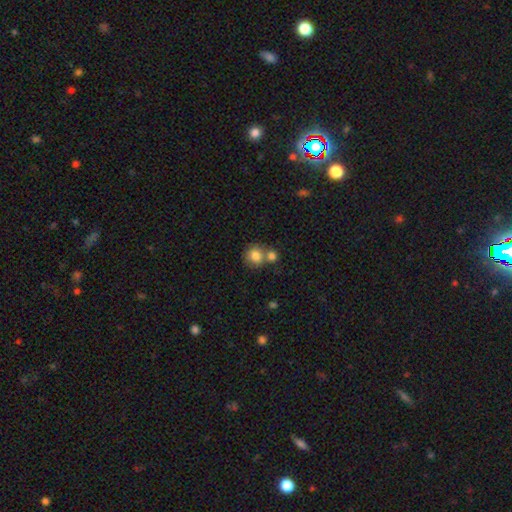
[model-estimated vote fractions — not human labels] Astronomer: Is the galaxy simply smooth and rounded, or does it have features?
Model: smooth — 81%.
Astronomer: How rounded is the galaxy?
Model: round — 84%.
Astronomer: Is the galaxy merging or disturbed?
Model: none — 49% (runner-up: merger, 39%).